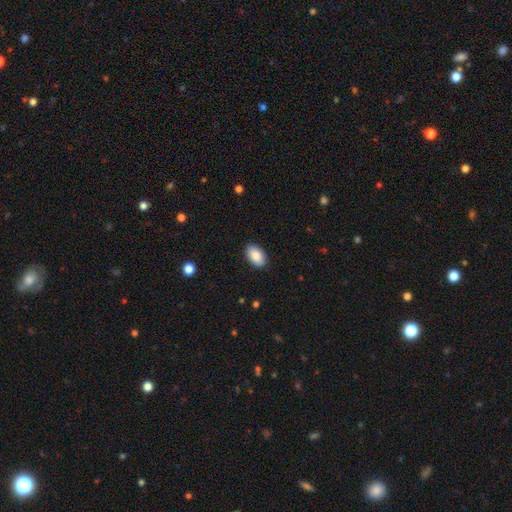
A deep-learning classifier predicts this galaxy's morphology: Smooth or featured: smooth — 86% (featured or disk — 8%)
How rounded: in between — 93% (round — 6%)
Merging: none — 89% (minor disturbance — 8%)